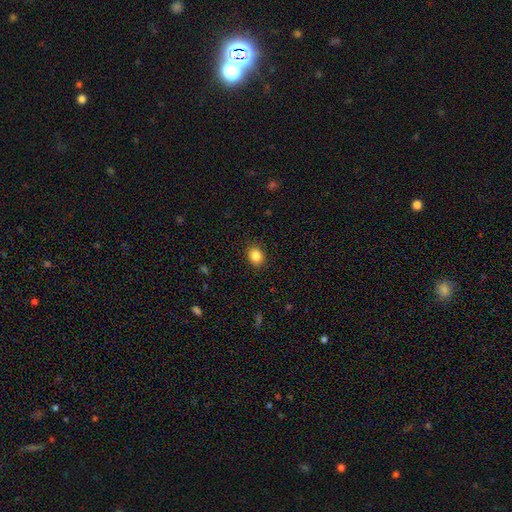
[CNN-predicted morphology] Smooth or featured?
  - smooth: 85% *
  - star or artifact: 10%
  - featured or disk: 5%
How rounded?
  - round: 58% *
  - in between: 41%
  - cigar-shaped: 1%
Merging?
  - none: 89% *
  - minor disturbance: 7%
  - major disturbance: 2%
  - merger: 1%